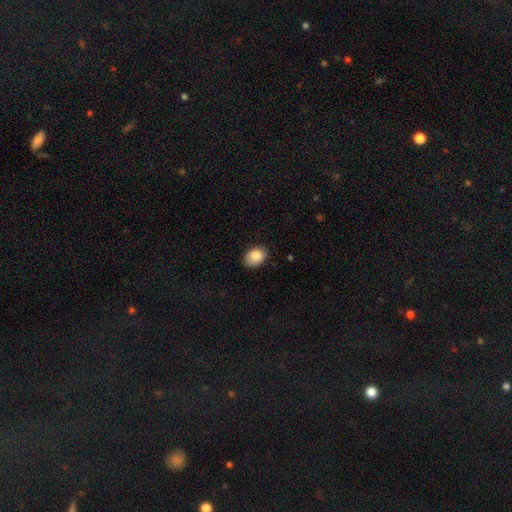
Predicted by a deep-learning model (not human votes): smooth-or-featured: smooth: 85% | featured or disk: 8% | star or artifact: 7%
  how-rounded: in between: 77% | round: 22% | cigar-shaped: 1%
  merging: none: 83% | minor disturbance: 14% | major disturbance: 2% | merger: 1%